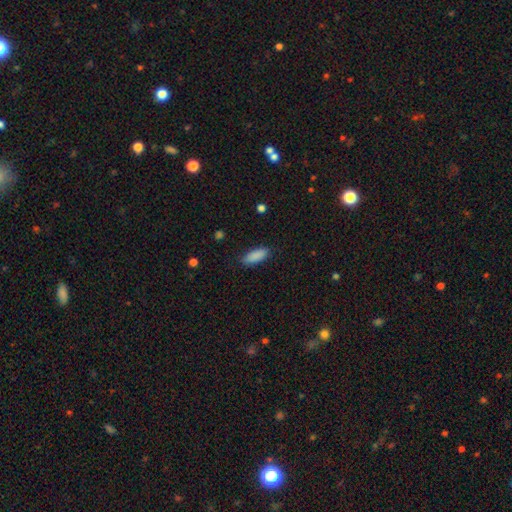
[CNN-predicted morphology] A smooth galaxy with no disk features (89%) that is in between round and cigar-shaped (72%). Merging: none (86%).